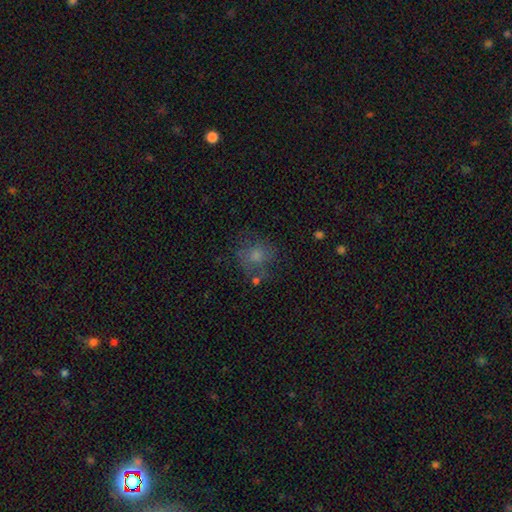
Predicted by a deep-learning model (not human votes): A smooth galaxy with no disk features (65%) that is round (75%). Merging: none (55%).